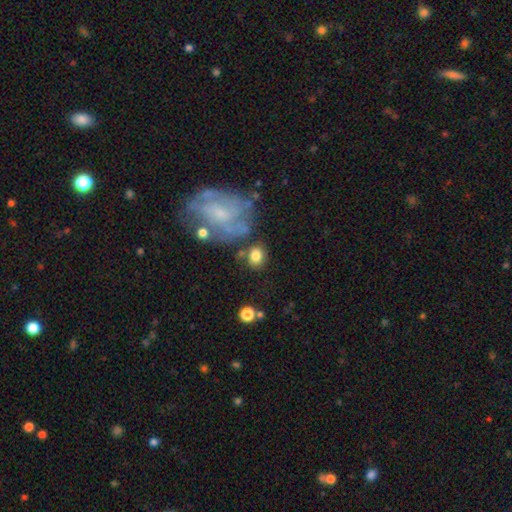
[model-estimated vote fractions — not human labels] Smooth or featured: smooth — 80% (featured or disk — 13%)
How rounded: round — 56% (in between — 43%)
Merging: none — 73% (minor disturbance — 13%)